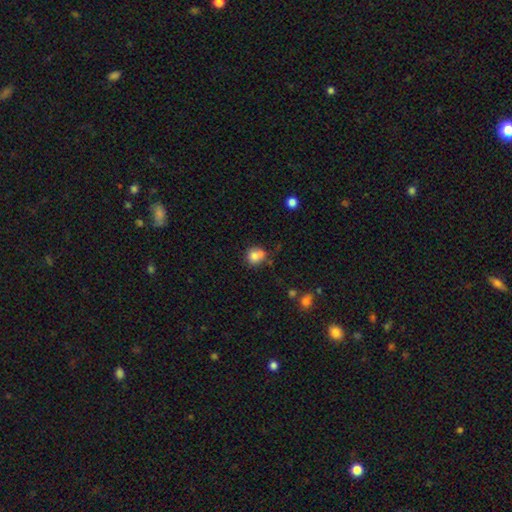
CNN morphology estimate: smooth 77%, featured or disk 12%, star or artifact 11%. Down the decision tree: how rounded — round (77%); merging — none (48%).